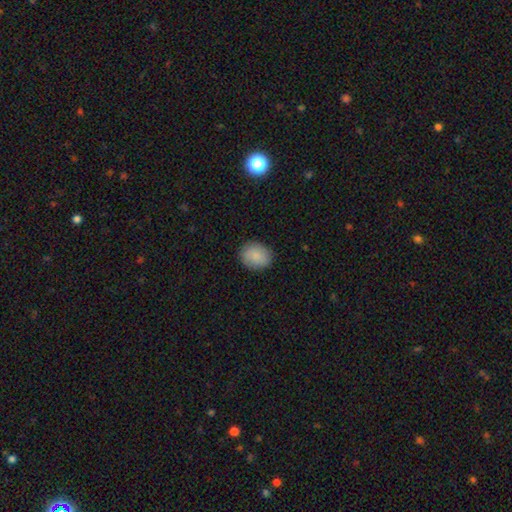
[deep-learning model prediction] Smooth or featured? Predicted: smooth (p=0.86). How rounded? Predicted: round (p=0.55). Merging? Predicted: none (p=0.86).